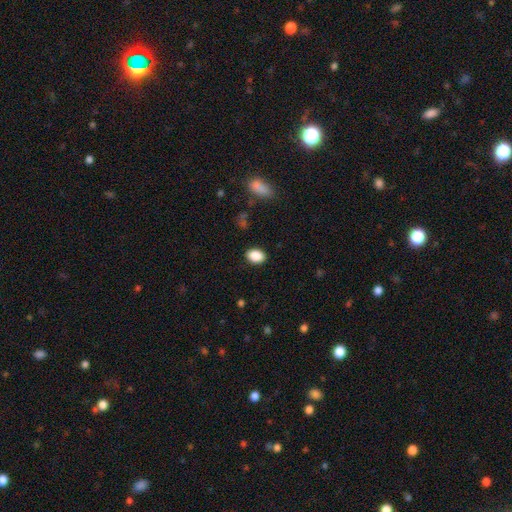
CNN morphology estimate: Q: Smooth or featured?
A: smooth (88%); runner-up: star or artifact (8%)
Q: How rounded?
A: in between (81%); runner-up: round (18%)
Q: Merging?
A: none (87%); runner-up: minor disturbance (9%)